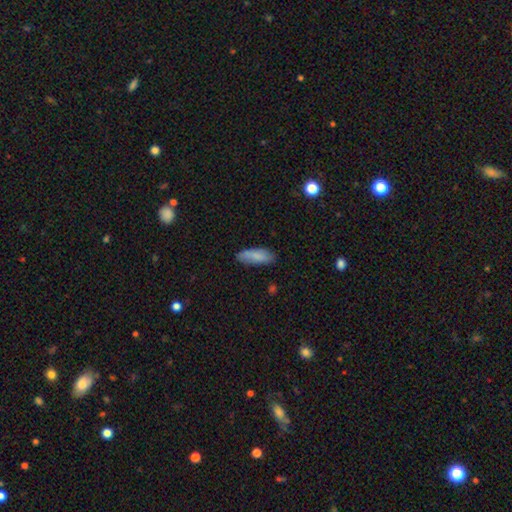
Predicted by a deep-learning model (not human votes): This appears to be a smooth galaxy with no disk features (84%) that is in between round and cigar-shaped (66%). Merging: none (81%).